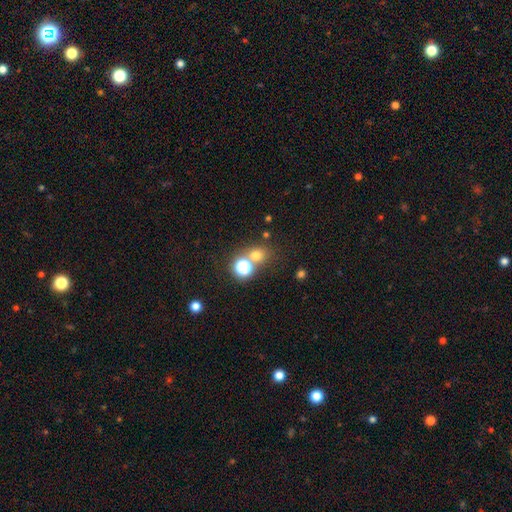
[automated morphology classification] Smooth or featured? smooth (67%)
How rounded? round (80%)
Merging? none (62%)